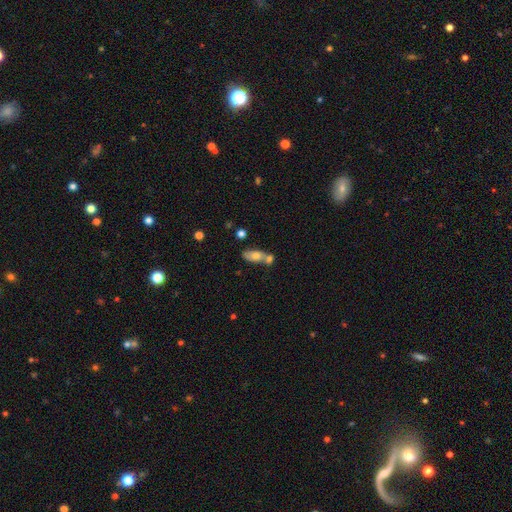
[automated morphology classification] The model was most divided on "merging": merger: 44%, none: 40%, minor disturbance: 12%, major disturbance: 5%. More confident: how rounded — in between (78%); smooth or featured — smooth (66%).